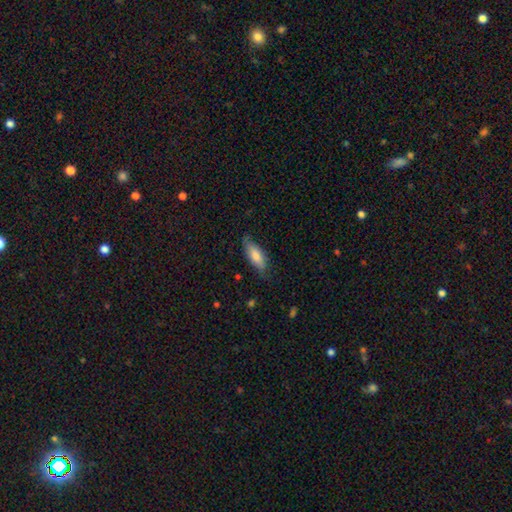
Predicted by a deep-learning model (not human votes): Smooth or featured: smooth — 75% (featured or disk — 20%)
How rounded: in between — 67% (cigar-shaped — 32%)
Merging: none — 74% (minor disturbance — 21%)